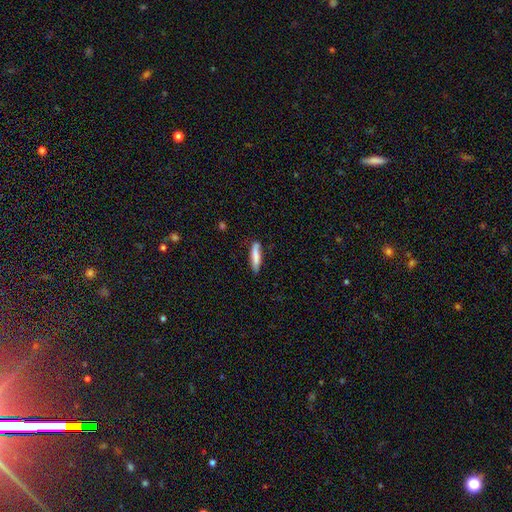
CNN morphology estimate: Q: Smooth or featured?
A: smooth (80%); runner-up: featured or disk (14%)
Q: How rounded?
A: cigar-shaped (79%); runner-up: in between (20%)
Q: Merging?
A: none (74%); runner-up: minor disturbance (19%)